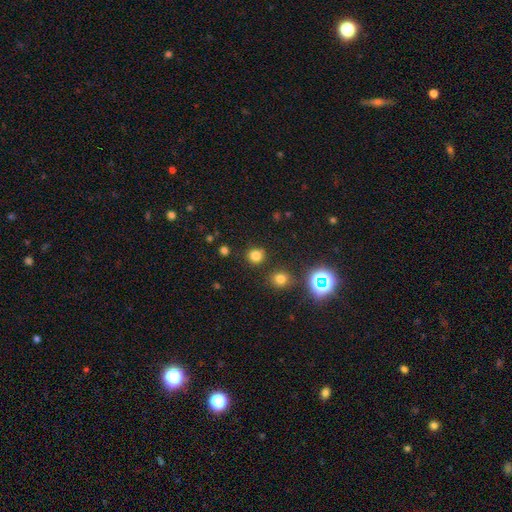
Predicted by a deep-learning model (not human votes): Overall: smooth (77%). How rounded: round (88%). Merging: none (86%).